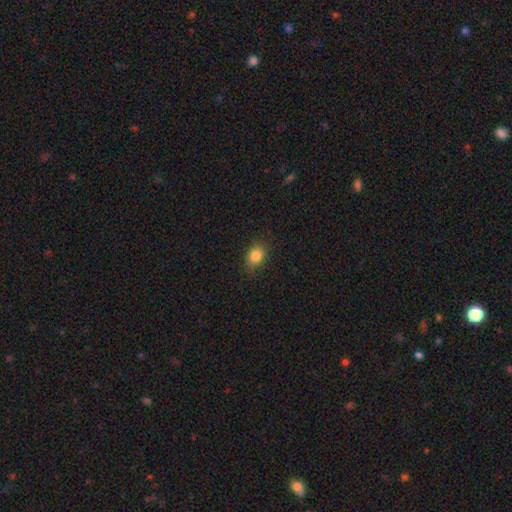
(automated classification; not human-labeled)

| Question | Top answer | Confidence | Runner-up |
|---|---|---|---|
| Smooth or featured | smooth | 85% | star or artifact (10%) |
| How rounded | in between | 63% | round (36%) |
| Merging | none | 84% | minor disturbance (12%) |